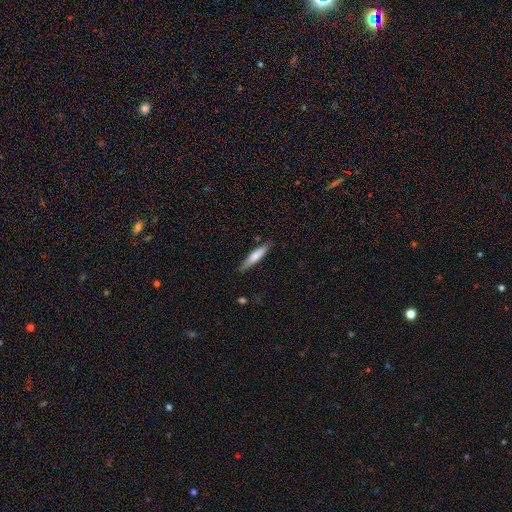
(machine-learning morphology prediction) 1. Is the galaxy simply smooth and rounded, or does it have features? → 69% smooth, 26% featured or disk, 5% star or artifact.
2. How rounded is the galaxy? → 87% cigar-shaped, 12% in between, 1% round.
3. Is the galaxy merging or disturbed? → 83% none, 13% minor disturbance, 2% major disturbance, 1% merger.